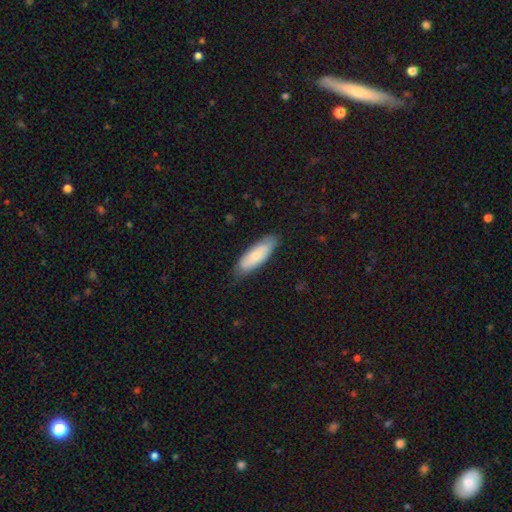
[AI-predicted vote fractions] smooth-or-featured: smooth: 69% | featured or disk: 26% | star or artifact: 5%
  how-rounded: in between: 62% | cigar-shaped: 36% | round: 2%
  merging: none: 80% | minor disturbance: 16% | major disturbance: 3% | merger: 1%